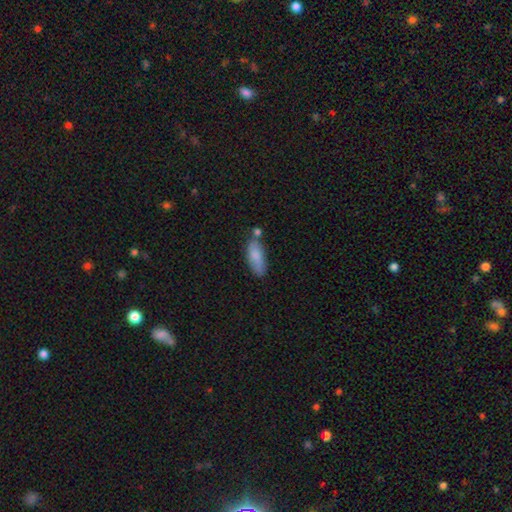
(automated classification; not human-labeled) Overall: smooth (80%). How rounded: in between (80%). Merging: none (58%; minor disturbance 22%).